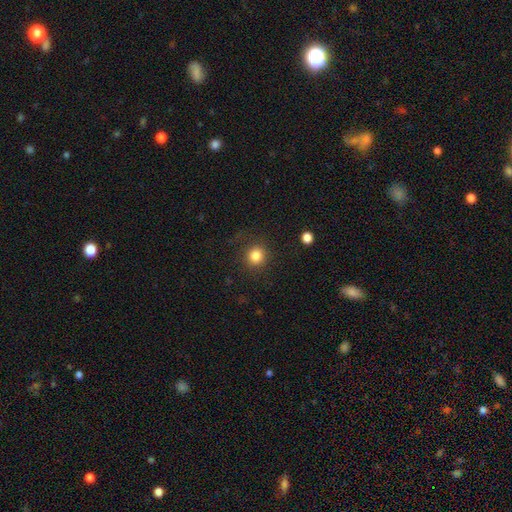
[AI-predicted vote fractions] A smooth galaxy with no disk features (84%) that is round (91%).

Vote fractions:
- Smooth or featured? smooth: 84% / star or artifact: 11% / featured or disk: 5%
- How rounded? round: 91% / in between: 8% / cigar-shaped: 1%
- Merging? none: 87% / minor disturbance: 8% / major disturbance: 4% / merger: 1%